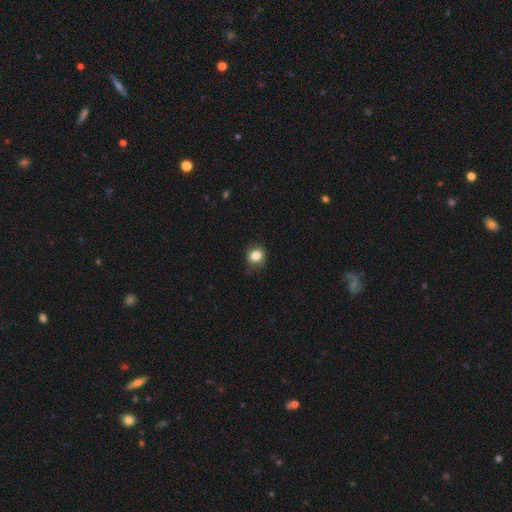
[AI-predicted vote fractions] Morphology: type=smooth (82%); roundness=round (76%); merging=none (76%).